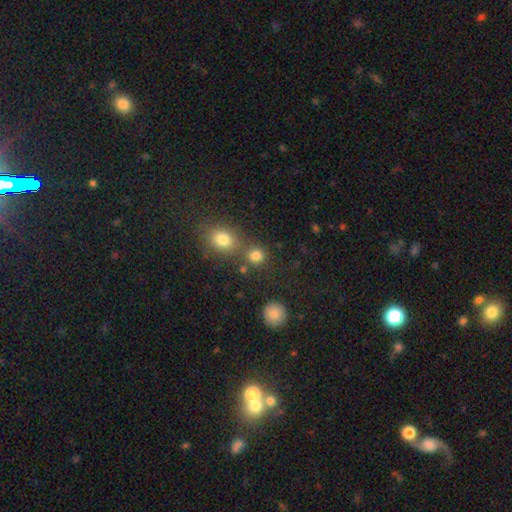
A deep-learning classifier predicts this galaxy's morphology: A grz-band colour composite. It shows a smooth galaxy with no disk features (81%) that is round (85%). Merging: none (67%).